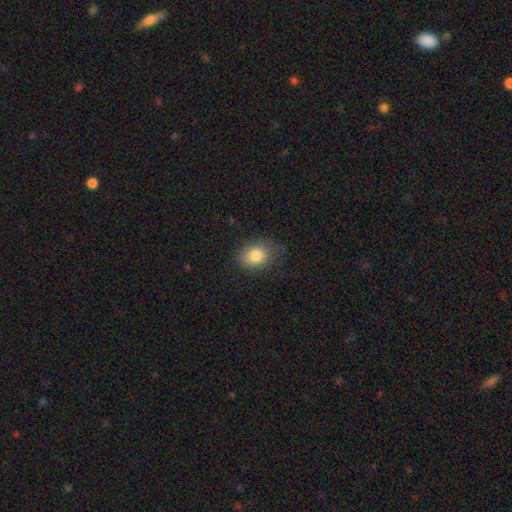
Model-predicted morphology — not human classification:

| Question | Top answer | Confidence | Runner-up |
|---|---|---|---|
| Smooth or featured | smooth | 82% | star or artifact (9%) |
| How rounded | in between | 64% | round (35%) |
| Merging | none | 72% | minor disturbance (21%) |